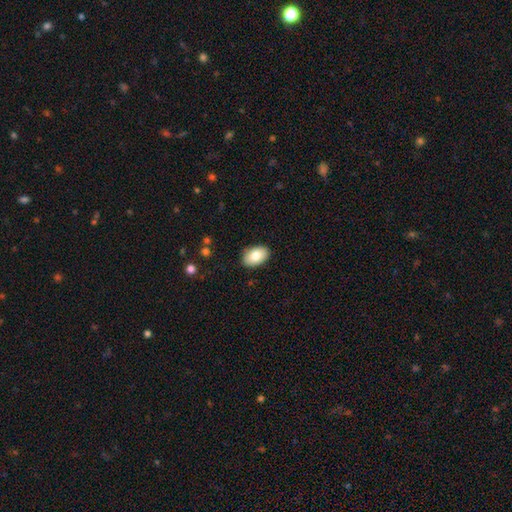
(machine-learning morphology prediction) type=smooth (80%); roundness=in between (91%); merging=none (88%).